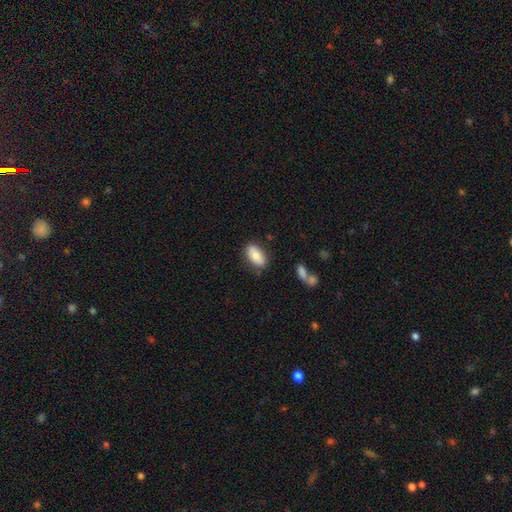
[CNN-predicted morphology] Smooth or featured: smooth — 78% (featured or disk — 15%)
How rounded: in between — 91% (cigar-shaped — 5%)
Merging: none — 77% (minor disturbance — 16%)